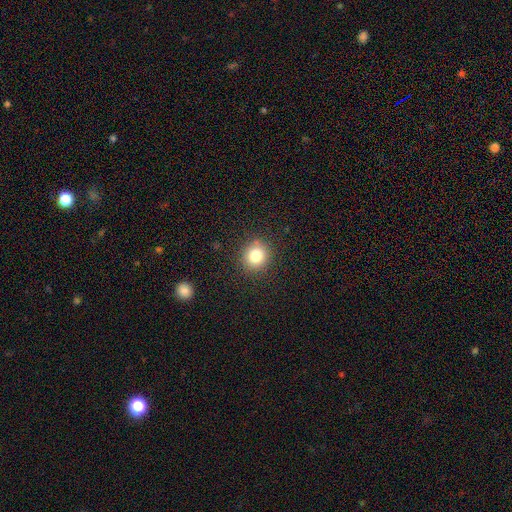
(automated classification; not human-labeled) Morphology: type=smooth (80%); roundness=round (88%); merging=none (87%).